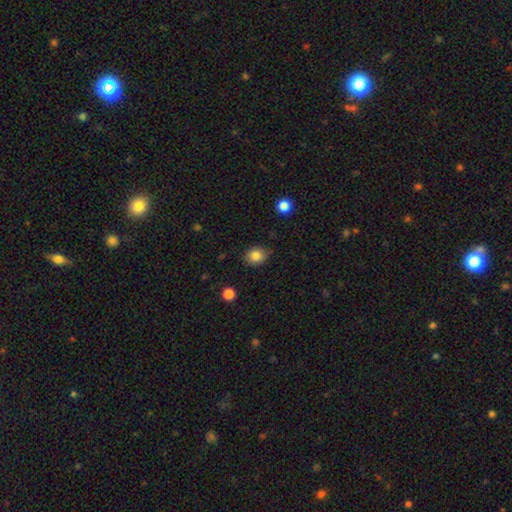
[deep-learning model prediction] Smooth or featured: smooth — 83% (star or artifact — 10%)
How rounded: round — 64% (in between — 35%)
Merging: none — 86% (minor disturbance — 11%)